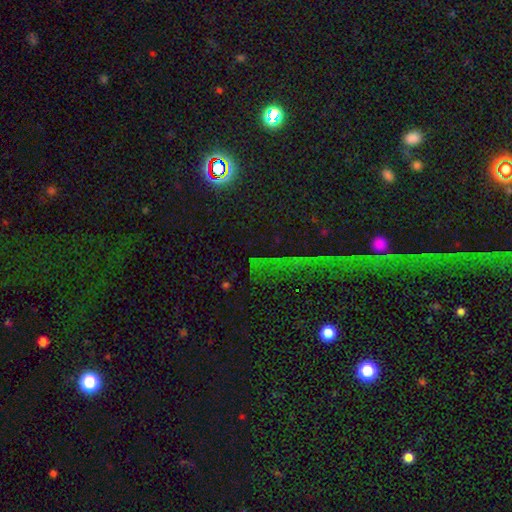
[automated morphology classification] smooth-or-featured: star or artifact: 76% | smooth: 14% | featured or disk: 10%